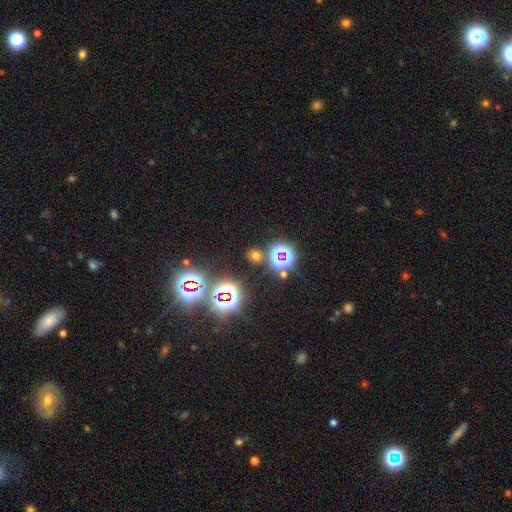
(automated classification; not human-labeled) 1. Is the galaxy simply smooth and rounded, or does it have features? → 47% smooth, 46% star or artifact, 7% featured or disk.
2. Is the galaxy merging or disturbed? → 81% none, 8% minor disturbance, 7% merger, 4% major disturbance.